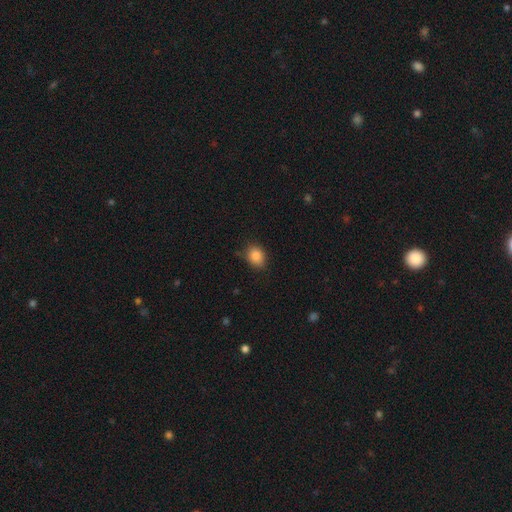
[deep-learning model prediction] Smooth or featured? smooth (86%)
How rounded? in between (59%)
Merging? none (77%)